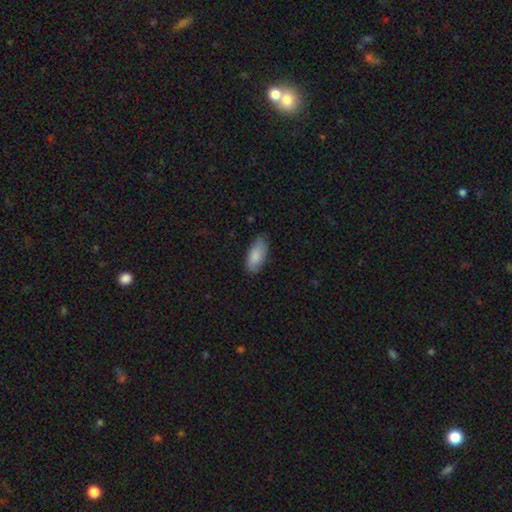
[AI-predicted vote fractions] Smooth or featured: smooth — 87% (featured or disk — 7%)
How rounded: in between — 88% (cigar-shaped — 10%)
Merging: none — 78% (minor disturbance — 18%)